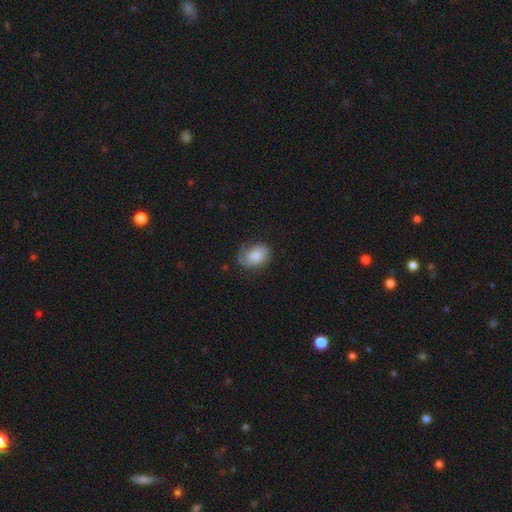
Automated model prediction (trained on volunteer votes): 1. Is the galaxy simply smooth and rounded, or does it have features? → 64% smooth, 29% featured or disk, 8% star or artifact.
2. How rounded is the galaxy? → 77% in between, 22% round, 1% cigar-shaped.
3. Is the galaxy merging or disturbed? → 64% none, 26% minor disturbance, 8% major disturbance, 1% merger.